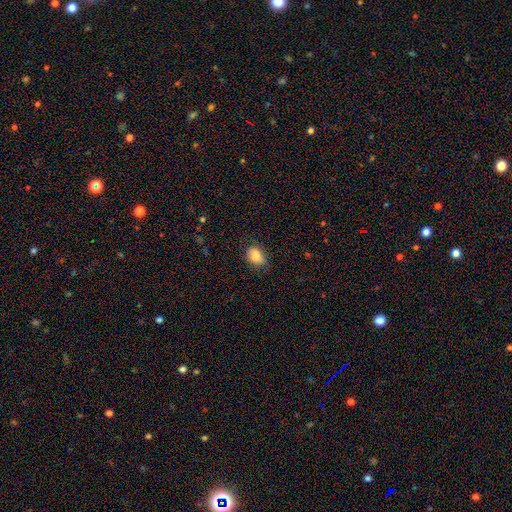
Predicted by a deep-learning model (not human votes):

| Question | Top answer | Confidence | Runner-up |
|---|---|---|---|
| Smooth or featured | smooth | 82% | featured or disk (9%) |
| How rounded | in between | 72% | round (27%) |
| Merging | none | 69% | minor disturbance (24%) |